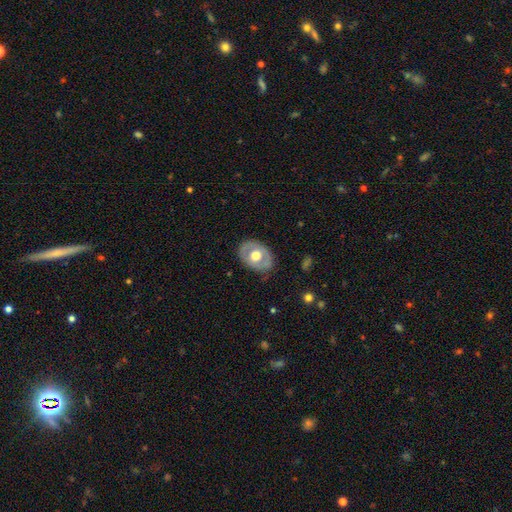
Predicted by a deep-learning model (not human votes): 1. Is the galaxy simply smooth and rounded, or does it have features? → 50% featured or disk, 44% smooth, 6% star or artifact.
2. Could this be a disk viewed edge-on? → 91% no, 9% yes.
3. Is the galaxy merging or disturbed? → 80% none, 15% minor disturbance, 4% major disturbance, 1% merger.